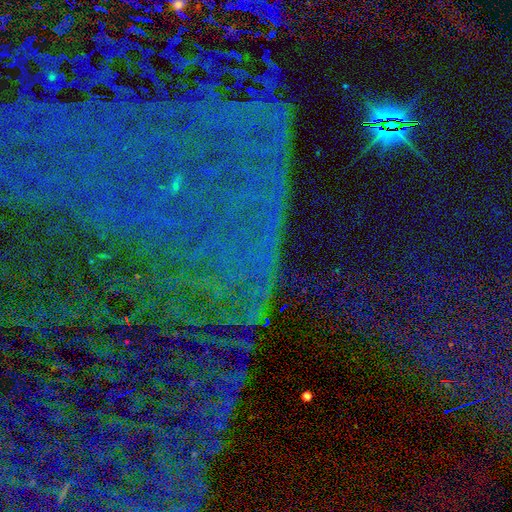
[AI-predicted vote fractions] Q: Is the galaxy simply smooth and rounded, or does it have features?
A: star or artifact — 84%.